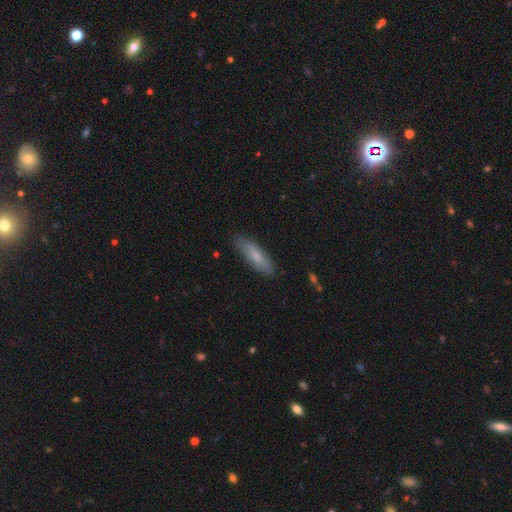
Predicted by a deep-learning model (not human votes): The model was most divided on "how rounded": cigar-shaped: 62%, in between: 36%, round: 2%. More confident: merging — none (83%); smooth or featured — smooth (73%).